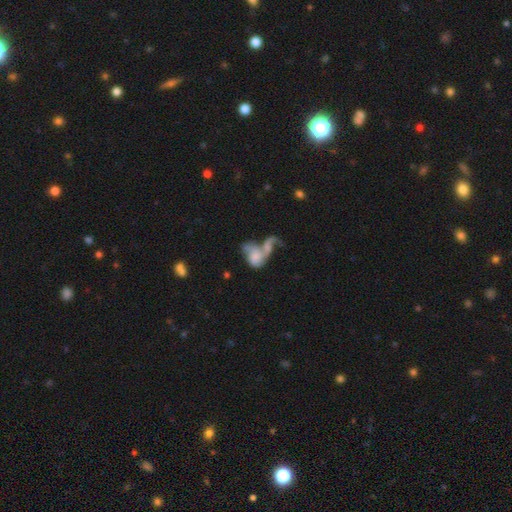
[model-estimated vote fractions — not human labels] Morphology: type=featured or disk (51%); edge-on=no (97%); merging=merger (67%).